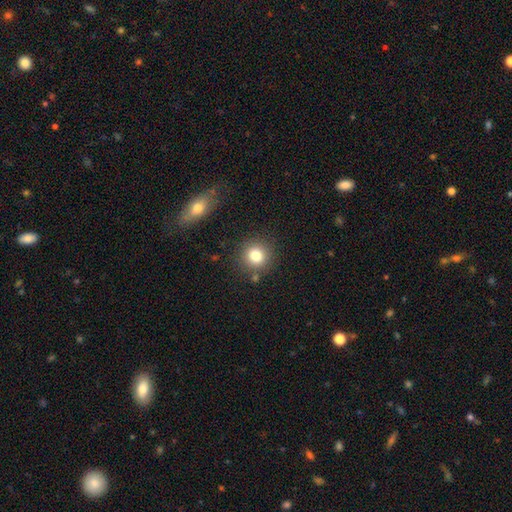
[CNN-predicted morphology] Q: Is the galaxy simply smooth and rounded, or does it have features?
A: smooth — 81%.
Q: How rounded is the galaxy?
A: round — 91%.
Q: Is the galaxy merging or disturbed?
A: none — 83%.